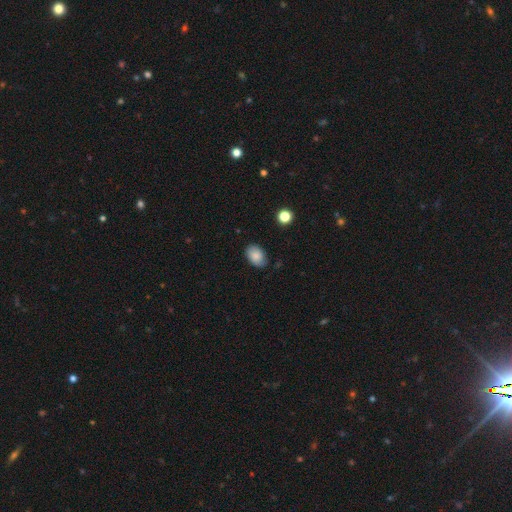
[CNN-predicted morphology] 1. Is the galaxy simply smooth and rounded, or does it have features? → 84% smooth, 8% featured or disk, 8% star or artifact.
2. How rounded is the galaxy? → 86% in between, 13% round, 1% cigar-shaped.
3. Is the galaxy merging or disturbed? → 79% none, 16% minor disturbance, 3% major disturbance, 1% merger.